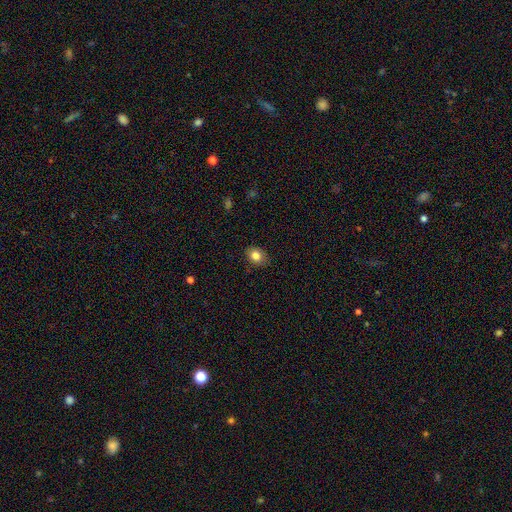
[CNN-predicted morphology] Overall: smooth (83%). How rounded: in between (58%; round 41%). Merging: none (84%).